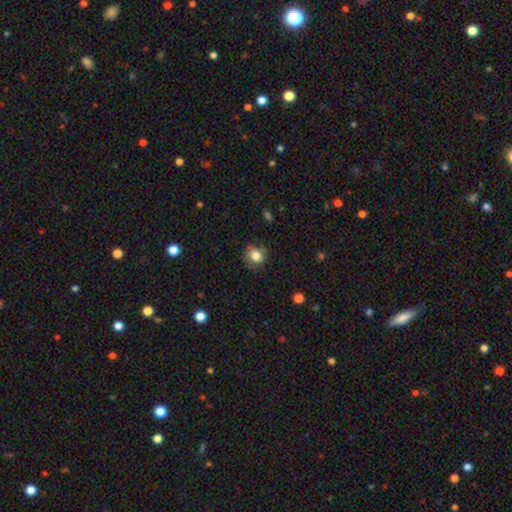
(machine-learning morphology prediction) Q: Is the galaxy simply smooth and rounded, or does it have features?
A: smooth — 76%.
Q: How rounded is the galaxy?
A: round — 76%.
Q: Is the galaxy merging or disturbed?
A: none — 70%.